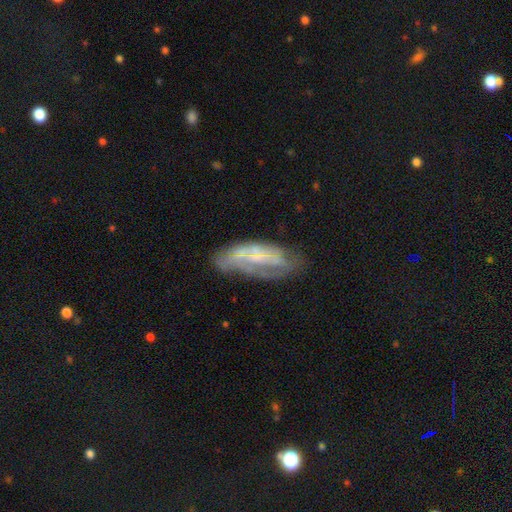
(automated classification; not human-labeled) Smooth or featured?
  - featured or disk: 60% *
  - smooth: 30%
  - star or artifact: 9%
Edge-on disk?
  - no: 88% *
  - yes: 12%
Bar?
  - no: 67% *
  - weak: 23%
  - strong: 10%
Spiral arms?
  - no: 52% *
  - yes: 48%
Bulge size?
  - none: 57% *
  - small: 29%
  - moderate: 10%
  - large: 2%
  - dominant: 1%
Merging?
  - none: 50% *
  - minor disturbance: 26%
  - major disturbance: 20%
  - merger: 5%